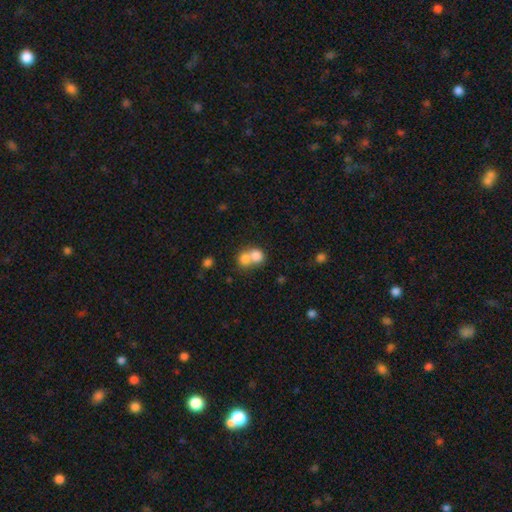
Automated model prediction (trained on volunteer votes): Smooth or featured? smooth (77%)
How rounded? round (73%)
Merging? merger (66%)